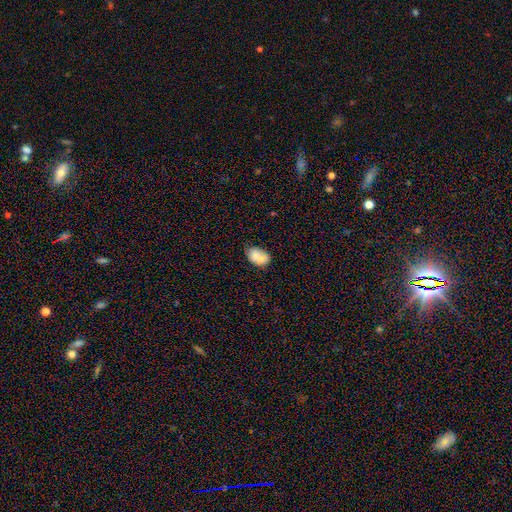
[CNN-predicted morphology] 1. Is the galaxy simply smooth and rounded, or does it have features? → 71% smooth, 21% featured or disk, 8% star or artifact.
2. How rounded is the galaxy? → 77% in between, 22% round, 1% cigar-shaped.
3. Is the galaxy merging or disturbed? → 41% merger, 38% none, 16% minor disturbance, 5% major disturbance.